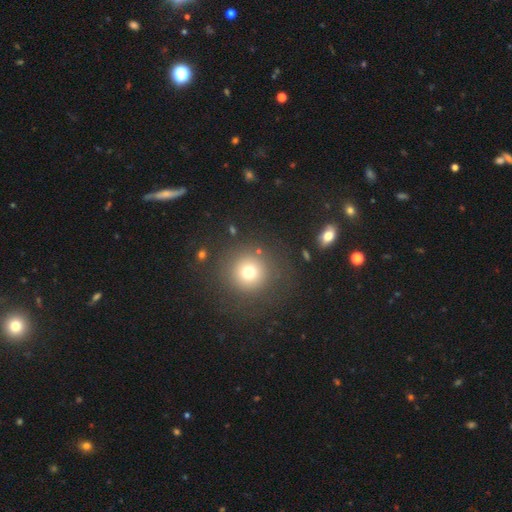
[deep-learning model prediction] Overall: smooth (54%; star or artifact 36%). How rounded: round (94%). Merging: none (89%).